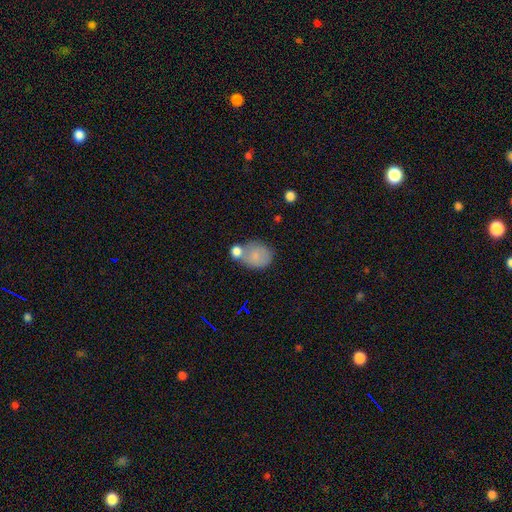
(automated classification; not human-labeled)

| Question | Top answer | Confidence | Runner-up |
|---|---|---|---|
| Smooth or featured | smooth | 78% | featured or disk (14%) |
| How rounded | round | 56% | in between (42%) |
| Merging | none | 41% | merger (33%) |